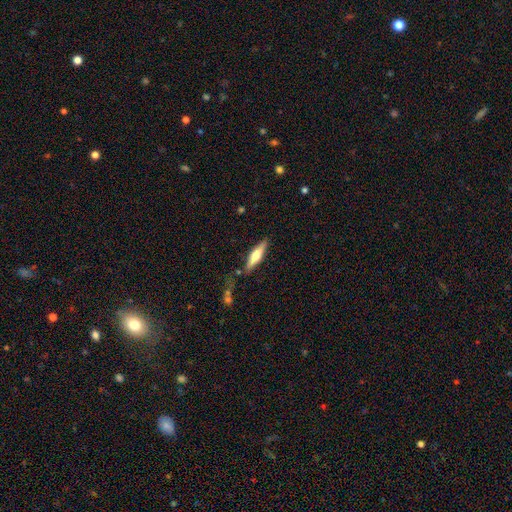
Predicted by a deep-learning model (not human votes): Smooth or featured? featured or disk (52%)
Edge-on disk? yes (94%)
Merging? none (79%)